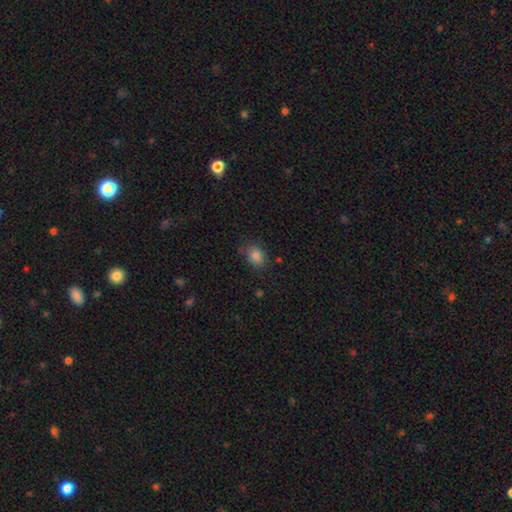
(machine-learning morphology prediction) A smooth galaxy with no disk features (84%) that is in between round and cigar-shaped (58%).

Vote fractions:
- Smooth or featured? smooth: 84% / star or artifact: 10% / featured or disk: 5%
- How rounded? in between: 58% / round: 41% / cigar-shaped: 1%
- Merging? none: 75% / minor disturbance: 18% / major disturbance: 5% / merger: 2%